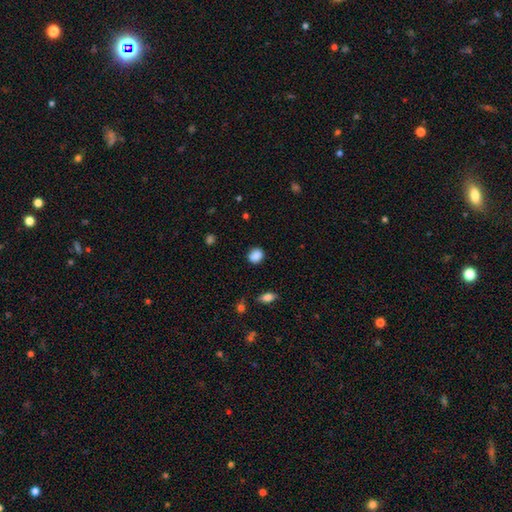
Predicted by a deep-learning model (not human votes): A smooth galaxy with no disk features (86%) that is round (68%). Merging: none (81%).